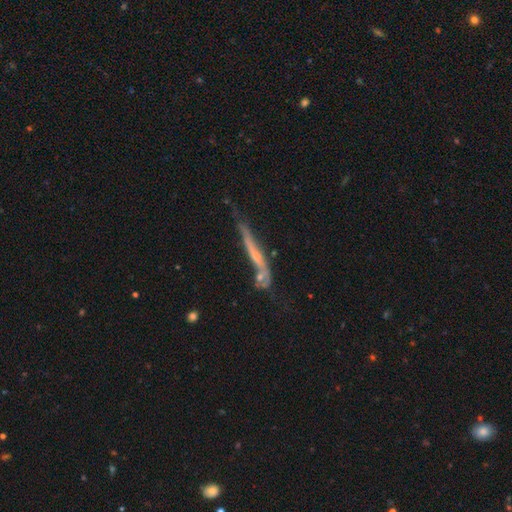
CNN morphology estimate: This appears to be a featured or disk galaxy (65%) viewed edge-on (81%) with no central bulge (56%). Merging: none (42%).